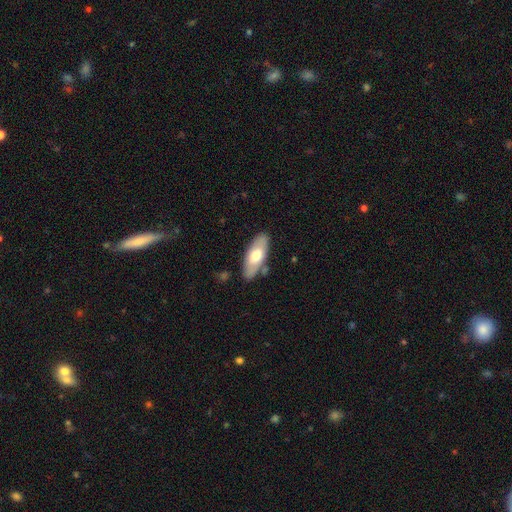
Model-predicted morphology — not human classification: smooth_or_featured: smooth (p=0.64) [alt: featured or disk p=0.31]
how_rounded: in between (p=0.79) [alt: cigar-shaped p=0.19]
merging: none (p=0.80) [alt: minor disturbance p=0.13]